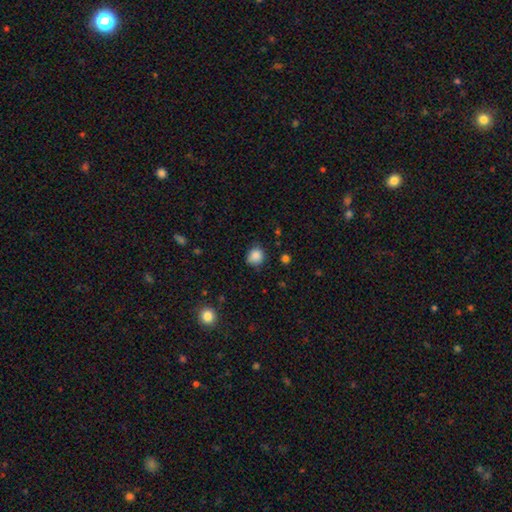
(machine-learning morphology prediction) type=smooth (86%); roundness=round (80%); merging=none (72%).